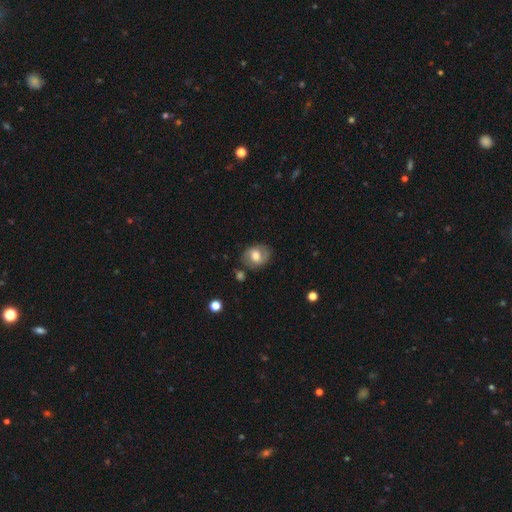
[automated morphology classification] type=smooth (61%); roundness=in between (53%); merging=none (75%).